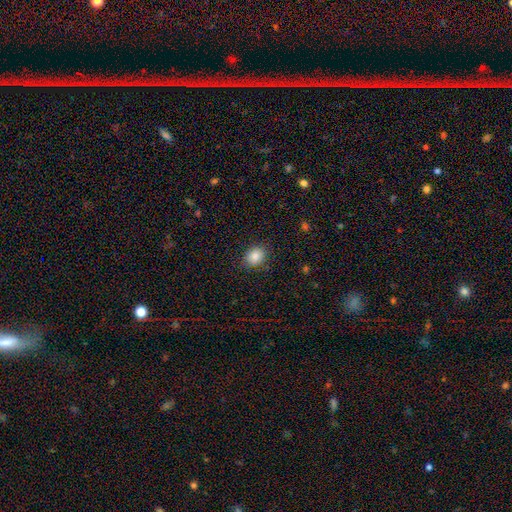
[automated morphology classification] This appears to be a smooth galaxy with no disk features (86%) that is in between round and cigar-shaped (57%). Merging: none (84%).